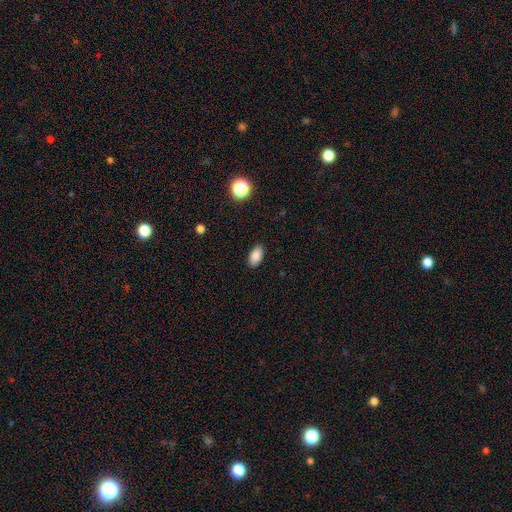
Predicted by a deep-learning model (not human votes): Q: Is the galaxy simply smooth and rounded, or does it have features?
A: smooth — 87%.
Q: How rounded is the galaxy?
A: in between — 93%.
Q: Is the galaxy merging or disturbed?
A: none — 89%.